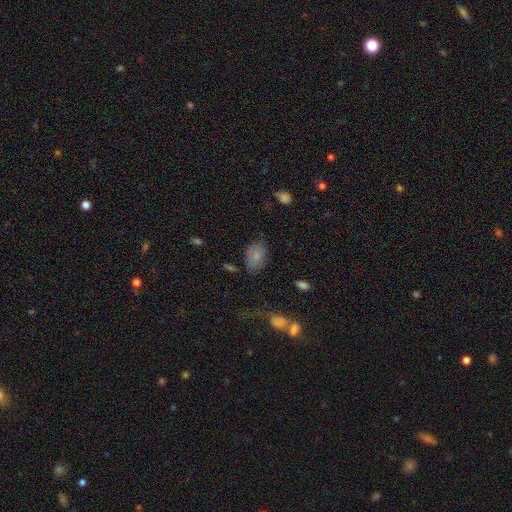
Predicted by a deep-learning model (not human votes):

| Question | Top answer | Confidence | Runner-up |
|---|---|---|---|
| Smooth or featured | smooth | 78% | featured or disk (13%) |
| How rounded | in between | 88% | round (10%) |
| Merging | none | 70% | minor disturbance (20%) |